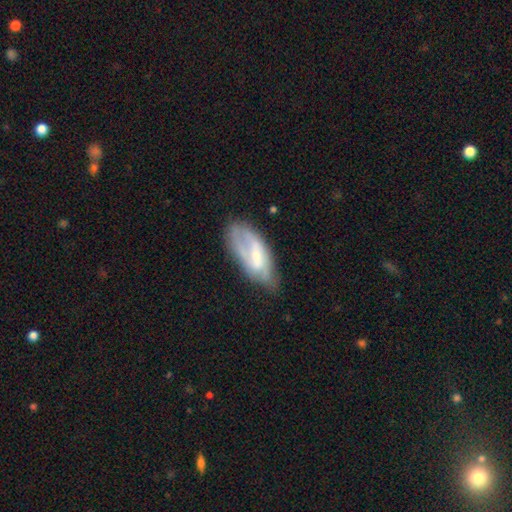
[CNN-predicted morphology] Smooth or featured? Predicted: featured or disk (p=0.54). Edge-on disk? Predicted: no (p=0.86). Merging? Predicted: none (p=0.51).